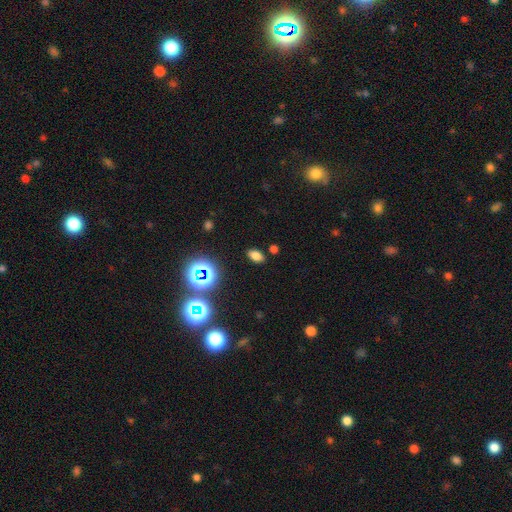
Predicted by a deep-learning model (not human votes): Morphology: type=smooth (69%); roundness=in between (88%); merging=none (87%).